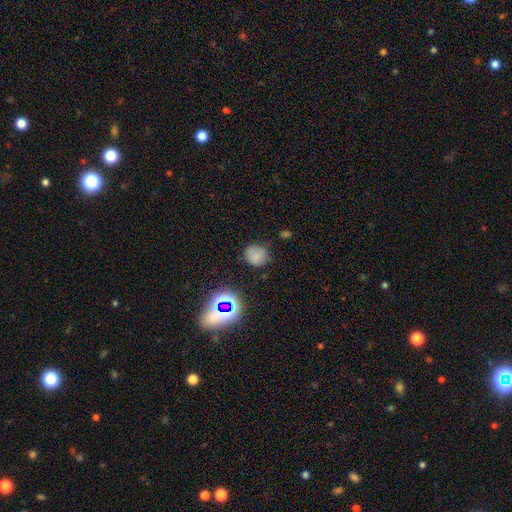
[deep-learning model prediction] smooth 71%, star or artifact 20%, featured or disk 8%. Down the decision tree: how rounded — round (78%); merging — none (71%).